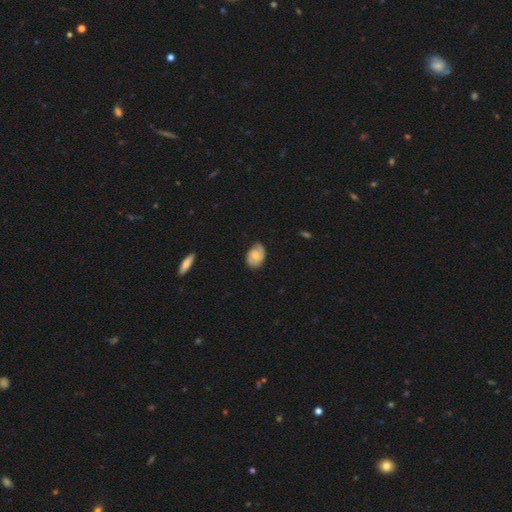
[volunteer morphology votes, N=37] smooth-or-featured: featured or disk: 70% | smooth: 27% | star or artifact: 3%
  disk-edge-on: no: 92% | yes: 8%
    bar: no: 71% | weak: 29% | strong: 0%
    has-spiral-arms: yes: 96% | no: 4%
      spiral-winding: tight: 39% | medium: 35% | loose: 26%
      spiral-arm-count: 2: 65% | can't tell: 22% | 1: 13% | 3: 0% | 4: 0% | more than 4: 0%
    bulge-size: moderate: 62% | small: 25% | dominant: 4% | large: 4% | none: 4%
  merging: none: 81% | minor disturbance: 19% | major disturbance: 0% | merger: 0%